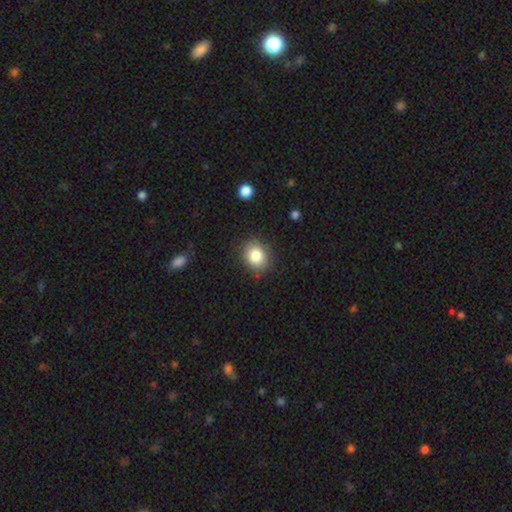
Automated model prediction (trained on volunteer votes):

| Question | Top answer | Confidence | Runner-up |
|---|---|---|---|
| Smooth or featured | smooth | 83% | star or artifact (9%) |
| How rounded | round | 61% | in between (39%) |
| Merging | none | 86% | minor disturbance (10%) |